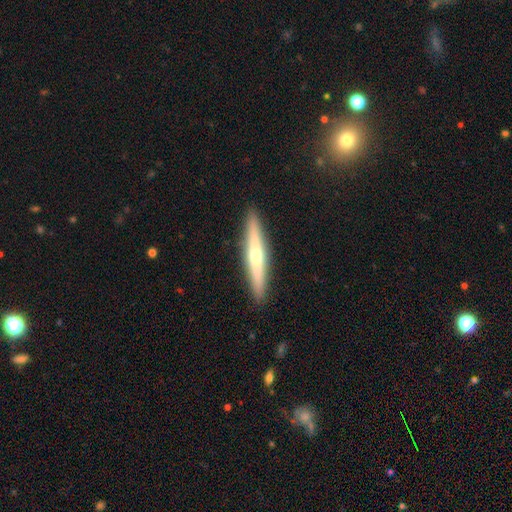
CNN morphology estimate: A featured or disk galaxy (61%) viewed edge-on (96%) with a rounded central bulge (86%). Merging: none (92%).